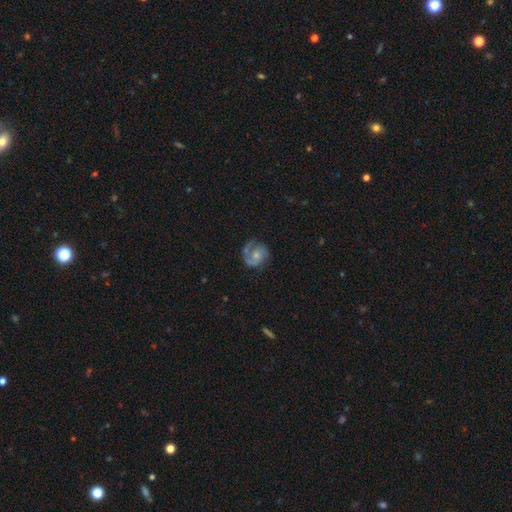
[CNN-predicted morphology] A featured or disk galaxy (79%) with no bar (68%), 2 (76%) medium (47%) spiral arms (95%) and a small central bulge (45%).

Vote fractions:
- Smooth or featured? featured or disk: 79% / smooth: 14% / star or artifact: 6%
- Edge-on disk? no: 98% / yes: 2%
- Bar? no: 68% / weak: 28% / strong: 5%
- Spiral arms? yes: 95% / no: 5%
- Spiral winding? medium: 47% / tight: 35% / loose: 17%
- Spiral arm count? 2: 76% / 1: 13% / can't tell: 6% / 3: 3% / 4: 1% / more than 4: 1%
- Bulge size? small: 45% / moderate: 41% / none: 9% / large: 4% / dominant: 1%
- Merging? none: 67% / minor disturbance: 19% / major disturbance: 11% / merger: 2%